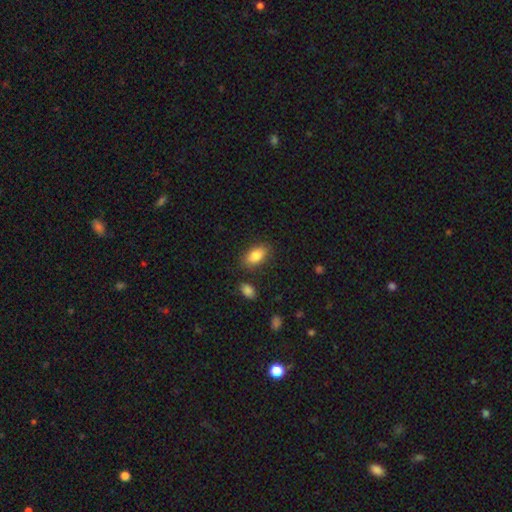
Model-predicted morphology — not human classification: The model was most divided on "merging": none: 83%, minor disturbance: 11%, merger: 3%, major disturbance: 3%. More confident: how rounded — in between (91%); smooth or featured — smooth (85%).